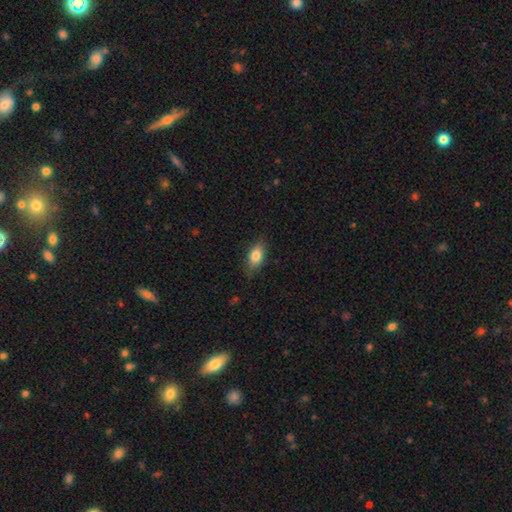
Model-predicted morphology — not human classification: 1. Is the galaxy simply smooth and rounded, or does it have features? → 80% smooth, 13% featured or disk, 7% star or artifact.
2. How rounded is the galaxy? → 86% in between, 8% cigar-shaped, 6% round.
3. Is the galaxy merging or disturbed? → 79% none, 16% minor disturbance, 3% major disturbance, 1% merger.